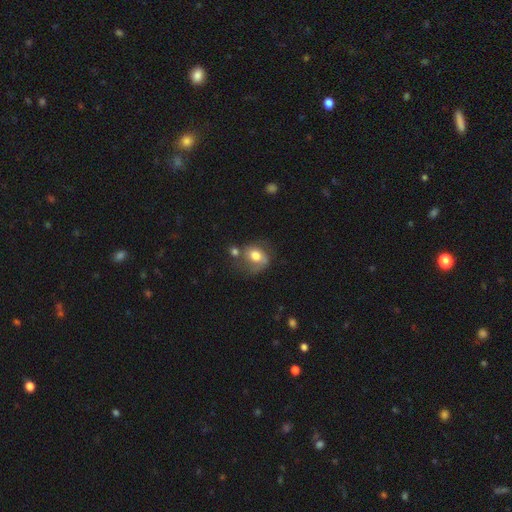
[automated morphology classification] A smooth galaxy with no disk features (56%) that is in between round and cigar-shaped (51%).

Vote fractions:
- Smooth or featured? smooth: 56% / featured or disk: 35% / star or artifact: 8%
- How rounded? in between: 51% / round: 48% / cigar-shaped: 1%
- Merging? none: 36% / minor disturbance: 25% / major disturbance: 20% / merger: 19%